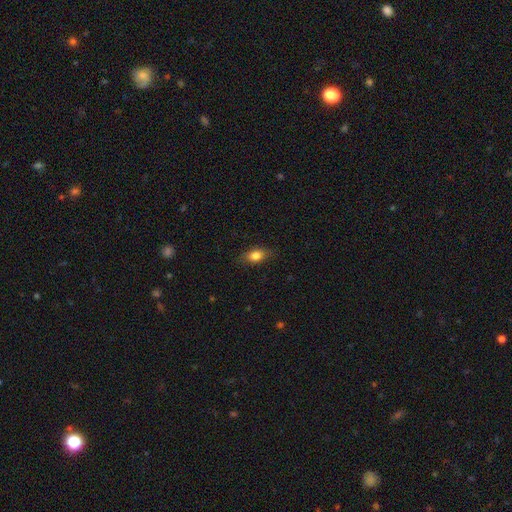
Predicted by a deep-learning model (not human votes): The model was most divided on "merging": none: 82%, minor disturbance: 14%, major disturbance: 3%, merger: 1%. More confident: how rounded — in between (81%); smooth or featured — smooth (81%).